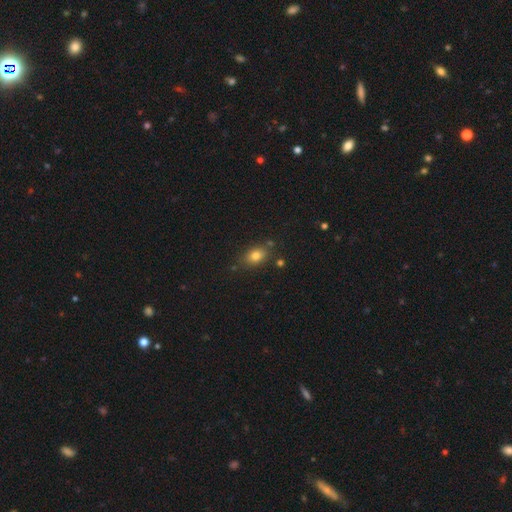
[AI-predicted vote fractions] smooth-or-featured: smooth: 80% | star or artifact: 11% | featured or disk: 9%
  how-rounded: in between: 79% | round: 19% | cigar-shaped: 3%
  merging: none: 77% | minor disturbance: 14% | merger: 6% | major disturbance: 4%